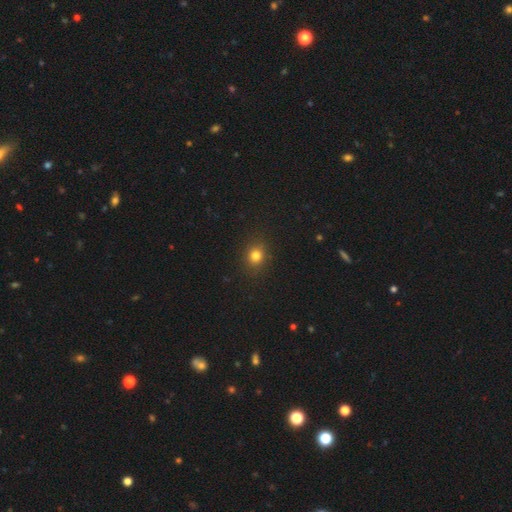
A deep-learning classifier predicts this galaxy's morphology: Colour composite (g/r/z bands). It shows a smooth galaxy with no disk features (80%) that is round (74%). Merging: none (88%).